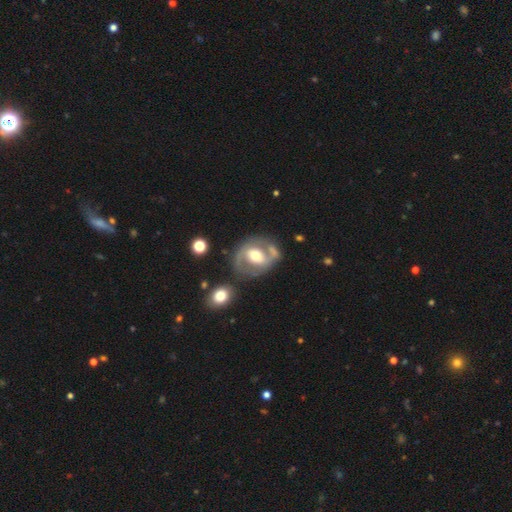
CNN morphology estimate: featured or disk 72%, smooth 22%, star or artifact 6%. Down the decision tree: edge-on disk — no (96%); bar — weak (37%); spiral arms — yes (68%); bulge size — moderate (71%); merging — none (67%).